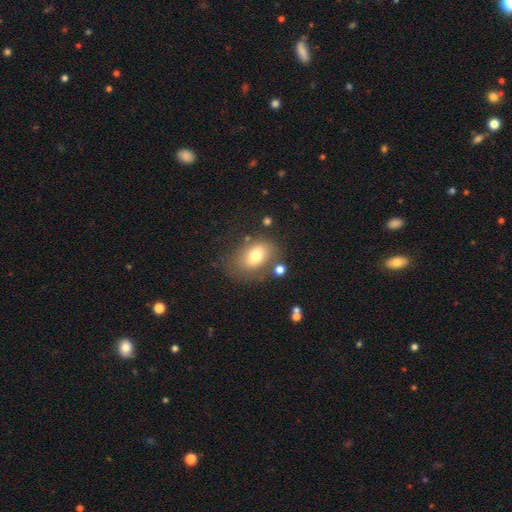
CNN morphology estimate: smooth_or_featured: smooth (p=0.72) [alt: featured or disk p=0.18]
how_rounded: in between (p=0.80) [alt: round p=0.19]
merging: none (p=0.61) [alt: minor disturbance p=0.21]